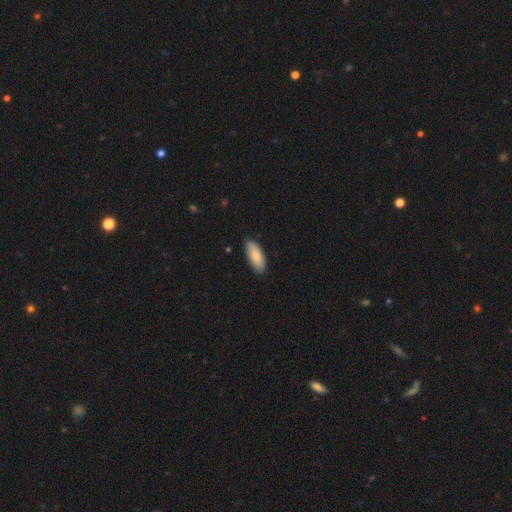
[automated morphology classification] A smooth galaxy with no disk features (80%) that is in between round and cigar-shaped (83%). Merging: none (85%).